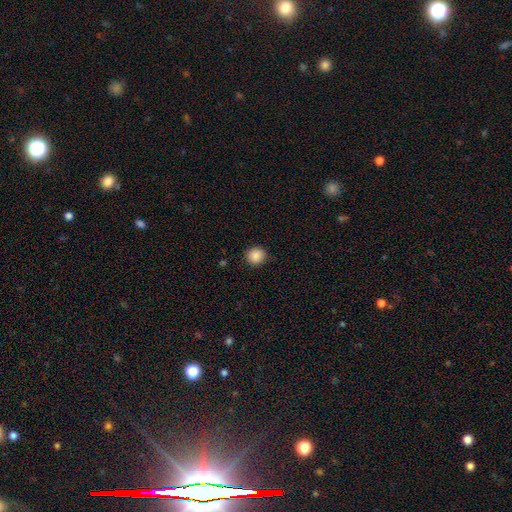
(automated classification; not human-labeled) This is clearly a smooth galaxy (88%). How rounded: clearly round (91%). Merging: clearly none (91%).